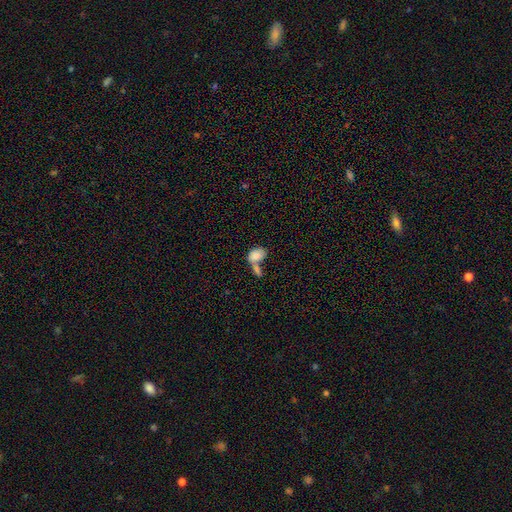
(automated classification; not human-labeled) Q: Smooth or featured?
A: smooth (83%); runner-up: featured or disk (10%)
Q: How rounded?
A: in between (85%); runner-up: round (14%)
Q: Merging?
A: merger (58%); runner-up: none (24%)